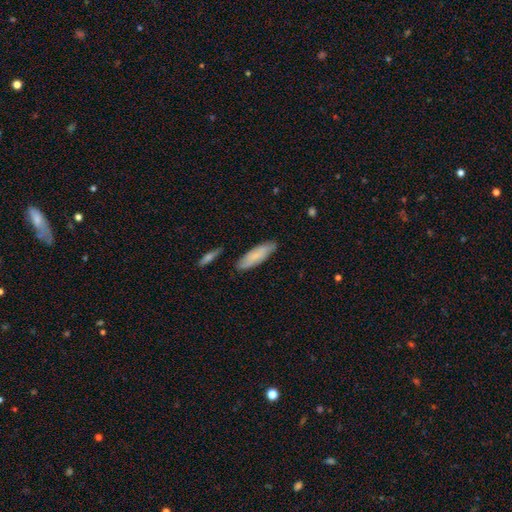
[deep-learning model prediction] Smooth or featured? Predicted: smooth (p=0.74). How rounded? Predicted: cigar-shaped (p=0.51). Merging? Predicted: none (p=0.82).